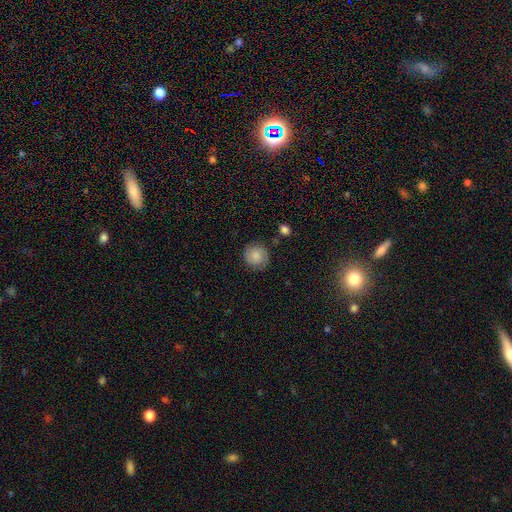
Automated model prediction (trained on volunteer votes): This appears to be a smooth galaxy with no disk features (75%) that is round (91%). Merging: none (82%).